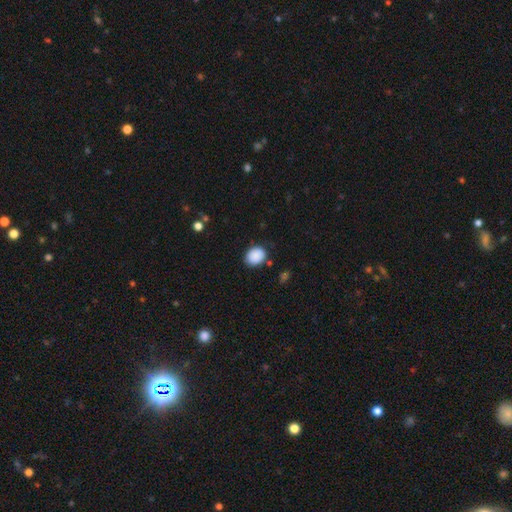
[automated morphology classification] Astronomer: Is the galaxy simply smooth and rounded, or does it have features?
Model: smooth — 89%.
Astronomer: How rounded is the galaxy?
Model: round — 53% (runner-up: in between, 46%).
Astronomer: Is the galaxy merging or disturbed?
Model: none — 82%.